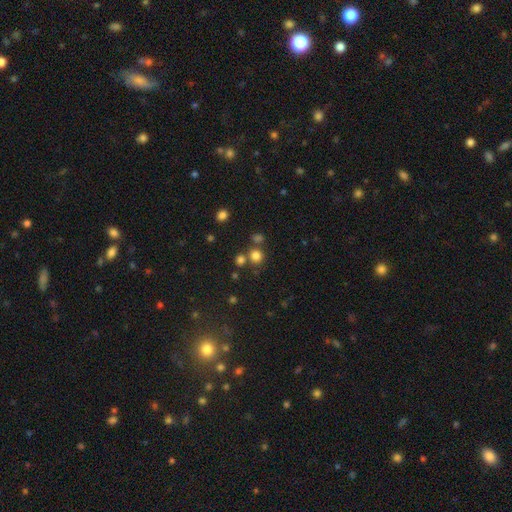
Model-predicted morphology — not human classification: smooth-or-featured: smooth: 78% | star or artifact: 16% | featured or disk: 5%
  how-rounded: round: 89% | in between: 10% | cigar-shaped: 1%
  merging: none: 71% | merger: 17% | minor disturbance: 8% | major disturbance: 4%